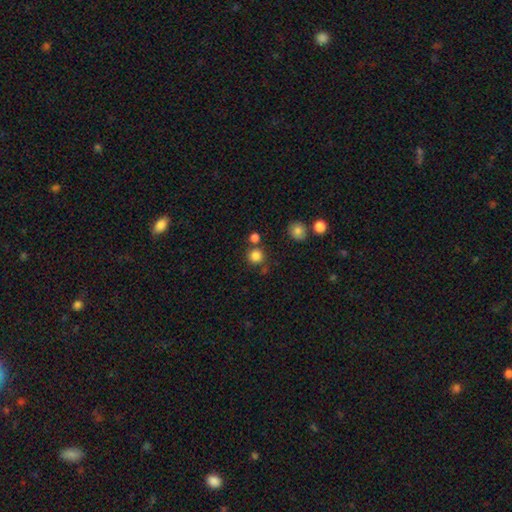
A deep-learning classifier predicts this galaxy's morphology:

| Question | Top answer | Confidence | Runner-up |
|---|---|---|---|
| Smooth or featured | smooth | 82% | star or artifact (13%) |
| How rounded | round | 93% | in between (6%) |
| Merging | none | 76% | merger (13%) |